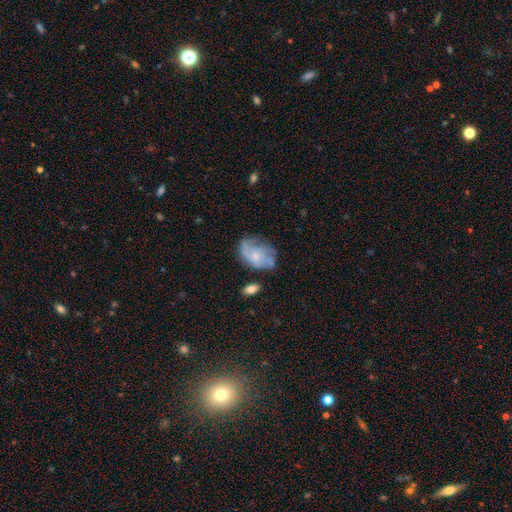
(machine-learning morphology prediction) featured or disk 58%, smooth 34%, star or artifact 8%. Down the decision tree: edge-on disk — no (97%); bar — no (79%); spiral arms — yes (76%); bulge size — small (65%); merging — none (45%).